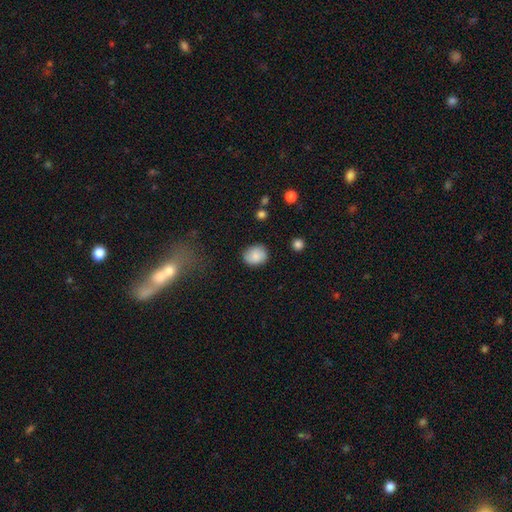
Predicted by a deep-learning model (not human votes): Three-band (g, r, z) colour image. It shows a smooth galaxy with no disk features (84%) that is round (62%). Merging: none (83%).